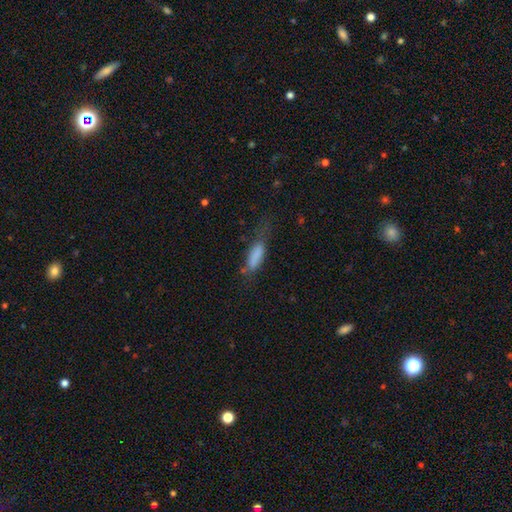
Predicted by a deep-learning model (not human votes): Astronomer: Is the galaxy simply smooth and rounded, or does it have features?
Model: smooth — 78%.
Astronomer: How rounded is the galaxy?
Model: cigar-shaped — 51% (runner-up: in between, 47%).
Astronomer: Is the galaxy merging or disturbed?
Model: none — 41% (runner-up: minor disturbance, 32%).